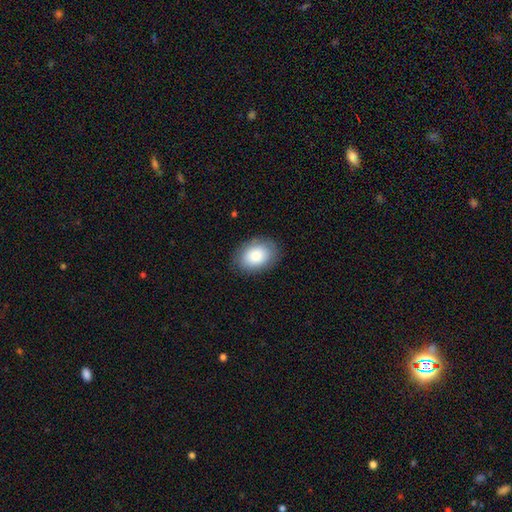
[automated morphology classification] Smooth or featured? Predicted: smooth (p=0.81). How rounded? Predicted: in between (p=0.76). Merging? Predicted: none (p=0.85).